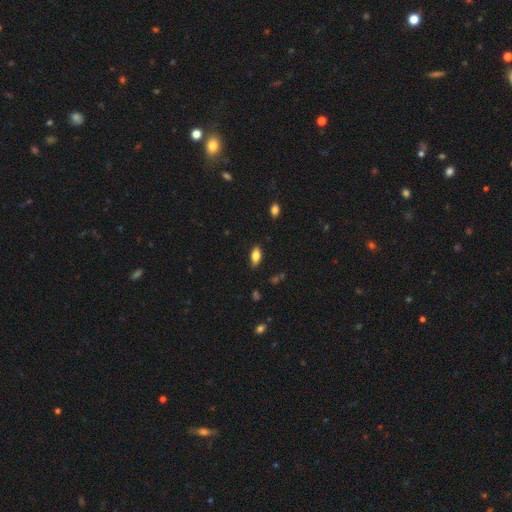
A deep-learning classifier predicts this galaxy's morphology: This appears to be a smooth galaxy with no disk features (80%) that is in between round and cigar-shaped (88%). Merging: none (85%).